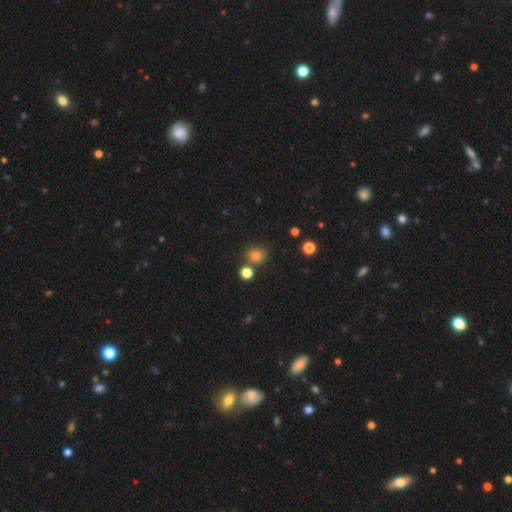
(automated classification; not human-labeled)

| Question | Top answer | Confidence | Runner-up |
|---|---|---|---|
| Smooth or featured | smooth | 79% | star or artifact (15%) |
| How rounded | round | 82% | in between (17%) |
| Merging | none | 77% | merger (11%) |